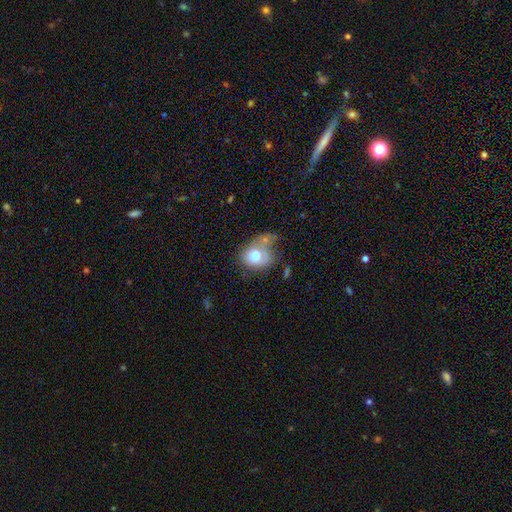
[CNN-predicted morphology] Overall: smooth (67%). How rounded: in between (57%; round 42%). Merging: merger (28%; major disturbance 27%).